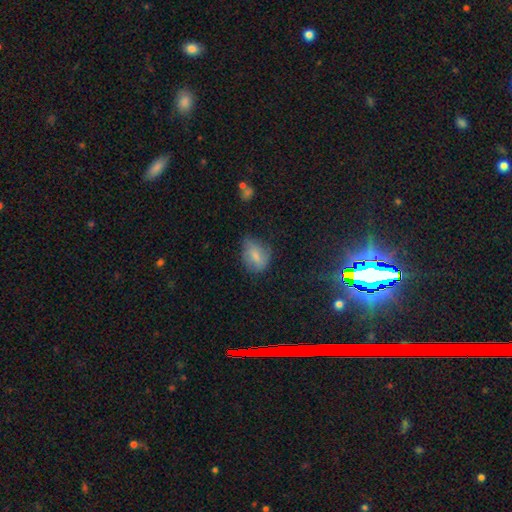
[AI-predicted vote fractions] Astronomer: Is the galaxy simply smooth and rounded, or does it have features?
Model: smooth — 70%.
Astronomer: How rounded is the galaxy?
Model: in between — 68%.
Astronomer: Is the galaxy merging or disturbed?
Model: none — 52% (runner-up: minor disturbance, 35%).